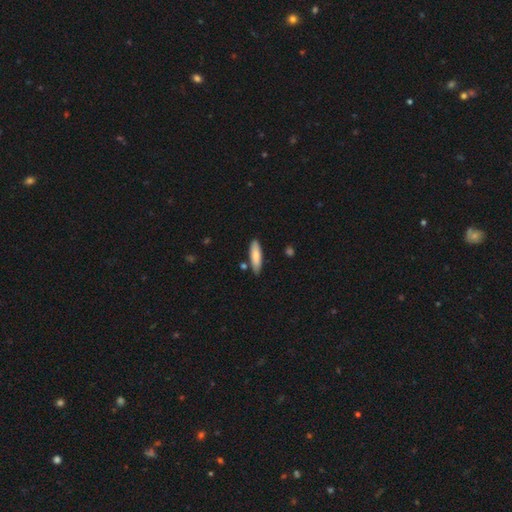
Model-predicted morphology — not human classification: Overall: smooth (79%). How rounded: cigar-shaped (59%; in between 39%). Merging: none (84%).